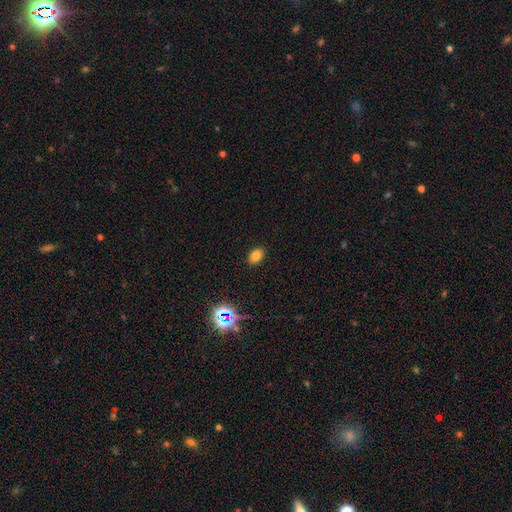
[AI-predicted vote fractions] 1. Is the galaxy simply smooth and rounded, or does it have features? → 79% smooth, 15% star or artifact, 5% featured or disk.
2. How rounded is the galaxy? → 81% in between, 18% round, 1% cigar-shaped.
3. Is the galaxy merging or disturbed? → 89% none, 8% minor disturbance, 2% major disturbance, 1% merger.